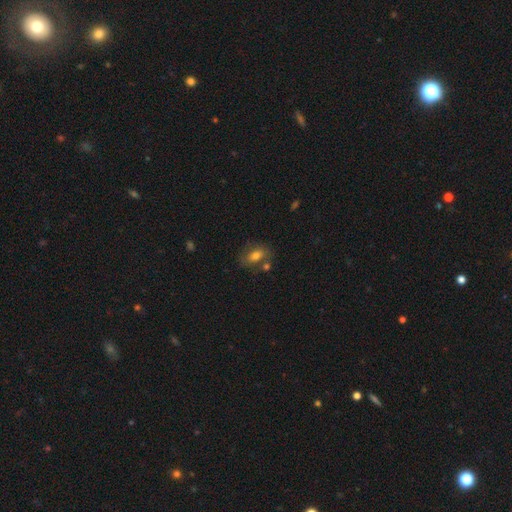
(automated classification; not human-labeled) Smooth or featured?
  - smooth: 68% *
  - featured or disk: 22%
  - star or artifact: 9%
How rounded?
  - in between: 81% *
  - round: 16%
  - cigar-shaped: 3%
Merging?
  - none: 64% *
  - minor disturbance: 16%
  - merger: 14%
  - major disturbance: 6%